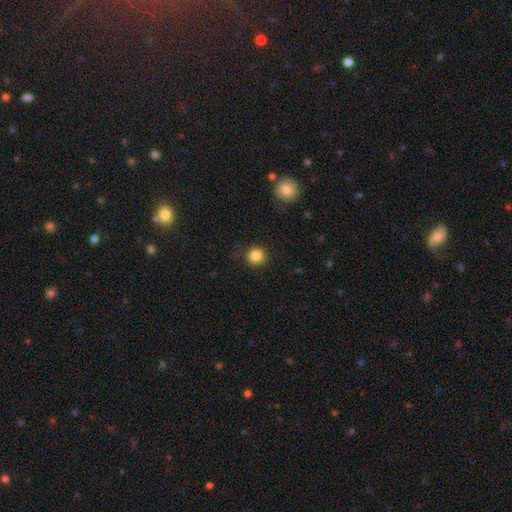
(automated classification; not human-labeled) smooth-or-featured: smooth: 85% | star or artifact: 11% | featured or disk: 4%
  how-rounded: round: 94% | in between: 6% | cigar-shaped: 1%
  merging: none: 88% | minor disturbance: 8% | major disturbance: 3% | merger: 1%